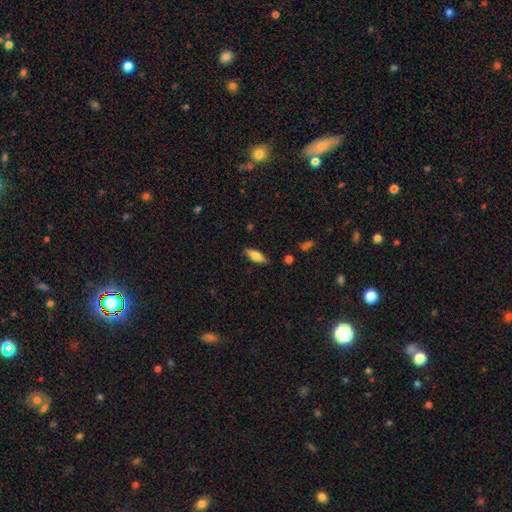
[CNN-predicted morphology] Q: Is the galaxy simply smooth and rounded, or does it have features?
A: smooth — 76%.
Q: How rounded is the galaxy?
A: in between — 69%.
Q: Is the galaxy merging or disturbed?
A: none — 84%.